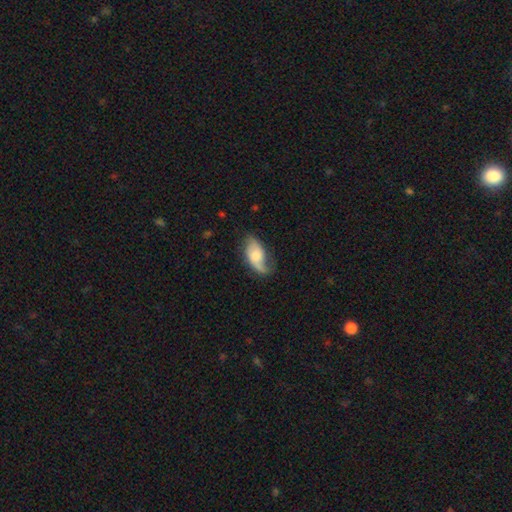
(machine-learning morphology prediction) A featured or disk galaxy (48%).

Vote fractions:
- Smooth or featured? featured or disk: 48% / smooth: 45% / star or artifact: 7%
- Merging? none: 49% / minor disturbance: 31% / major disturbance: 18% / merger: 3%